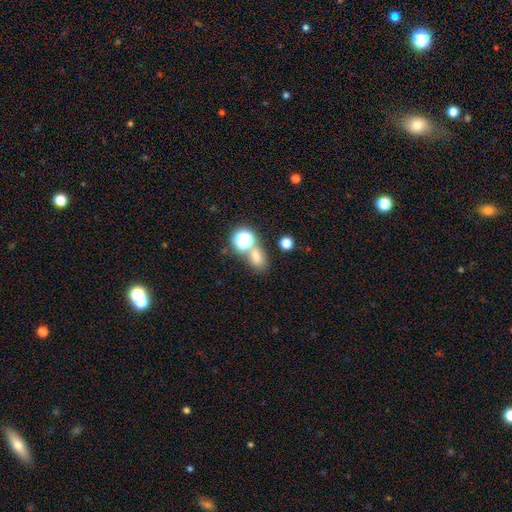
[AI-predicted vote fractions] Smooth or featured?
  - smooth: 61% *
  - star or artifact: 30%
  - featured or disk: 10%
How rounded?
  - in between: 54% *
  - round: 44%
  - cigar-shaped: 2%
Merging?
  - none: 57% *
  - merger: 28%
  - minor disturbance: 10%
  - major disturbance: 5%